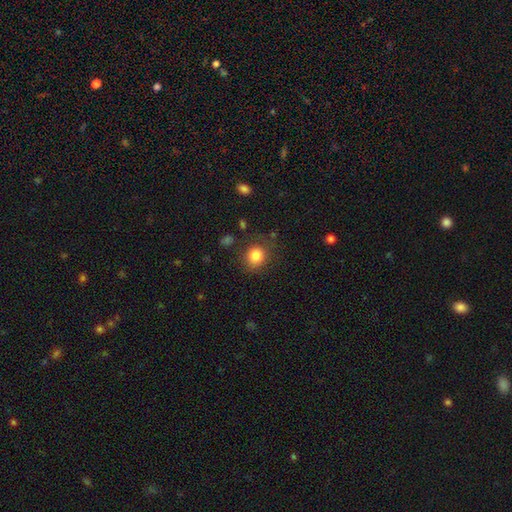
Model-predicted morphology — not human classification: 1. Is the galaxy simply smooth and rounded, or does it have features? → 83% smooth, 10% star or artifact, 6% featured or disk.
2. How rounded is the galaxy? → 79% round, 20% in between, 1% cigar-shaped.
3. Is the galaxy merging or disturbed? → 80% none, 13% minor disturbance, 5% major disturbance, 2% merger.